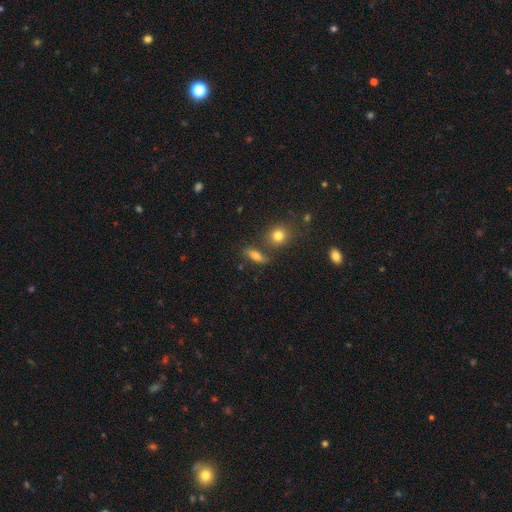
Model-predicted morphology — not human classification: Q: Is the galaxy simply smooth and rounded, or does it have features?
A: smooth — 68%.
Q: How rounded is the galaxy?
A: in between — 59%.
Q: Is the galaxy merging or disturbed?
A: none — 69%.